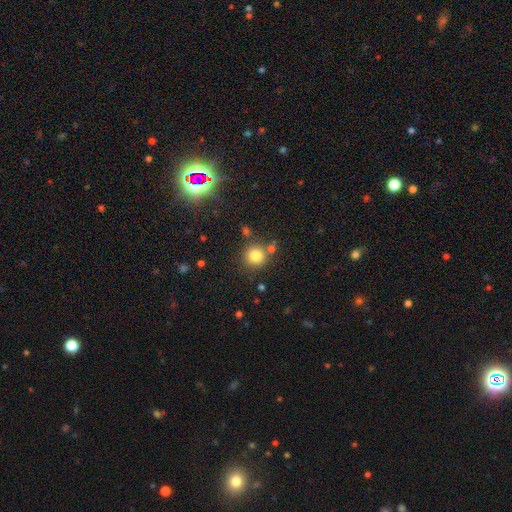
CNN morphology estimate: smooth_or_featured: smooth (p=0.81) [alt: star or artifact p=0.13]
how_rounded: round (p=0.92) [alt: in between p=0.07]
merging: none (p=0.79) [alt: minor disturbance p=0.09]